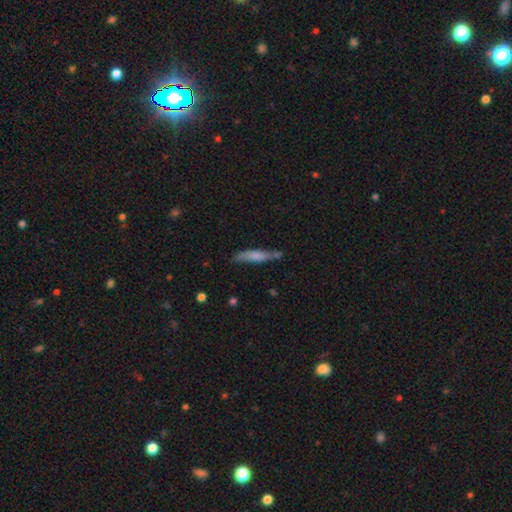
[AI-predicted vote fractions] Smooth or featured?
  - smooth: 61% *
  - featured or disk: 33%
  - star or artifact: 6%
How rounded?
  - cigar-shaped: 88% *
  - in between: 10%
  - round: 2%
Merging?
  - none: 65% *
  - minor disturbance: 23%
  - merger: 7%
  - major disturbance: 5%